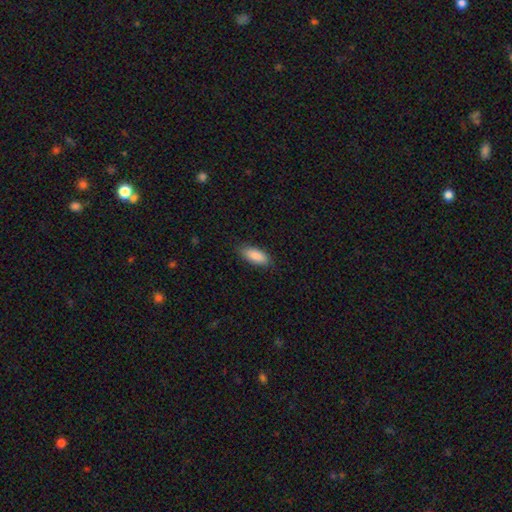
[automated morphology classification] This appears to be a smooth galaxy with no disk features (89%) that is in between round and cigar-shaped (82%). Merging: none (85%).